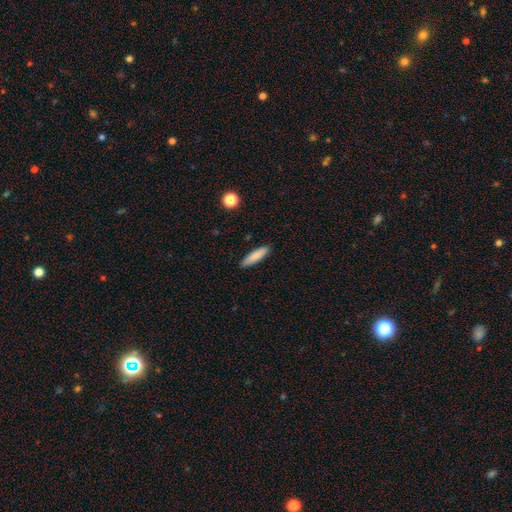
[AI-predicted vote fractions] Smooth or featured: smooth — 83% (featured or disk — 10%)
How rounded: cigar-shaped — 77% (in between — 21%)
Merging: none — 89% (minor disturbance — 8%)